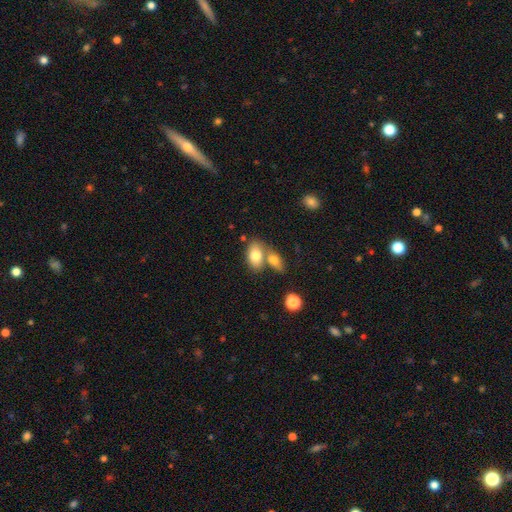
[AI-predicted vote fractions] smooth-or-featured: smooth: 77% | featured or disk: 16% | star or artifact: 7%
  how-rounded: in between: 88% | round: 10% | cigar-shaped: 2%
  merging: merger: 43% | none: 42% | minor disturbance: 11% | major disturbance: 4%